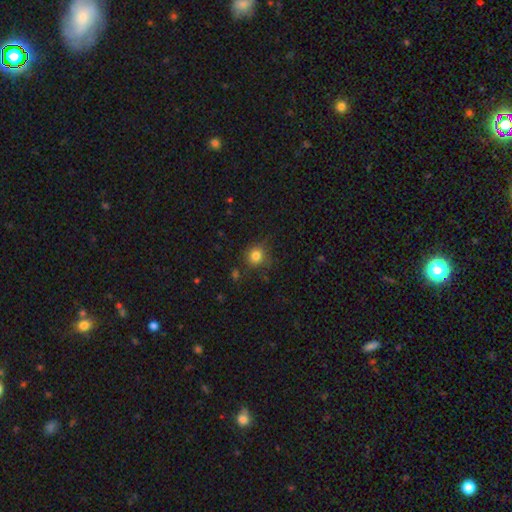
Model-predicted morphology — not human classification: A smooth galaxy with no disk features (82%) that is round (90%).

Vote fractions:
- Smooth or featured? smooth: 82% / star or artifact: 12% / featured or disk: 6%
- How rounded? round: 90% / in between: 9% / cigar-shaped: 1%
- Merging? none: 77% / minor disturbance: 16% / major disturbance: 5% / merger: 2%